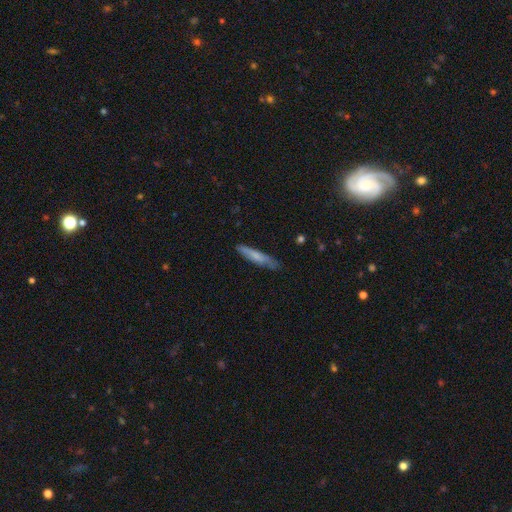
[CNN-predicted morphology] Overall: smooth (66%; featured or disk 29%). How rounded: cigar-shaped (90%). Merging: none (78%).